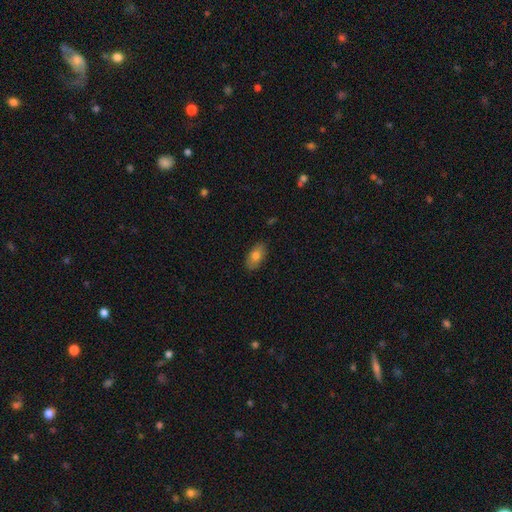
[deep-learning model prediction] The model was most divided on "smooth or featured": smooth: 78%, featured or disk: 14%, star or artifact: 8%. More confident: how rounded — in between (91%); merging — none (86%).